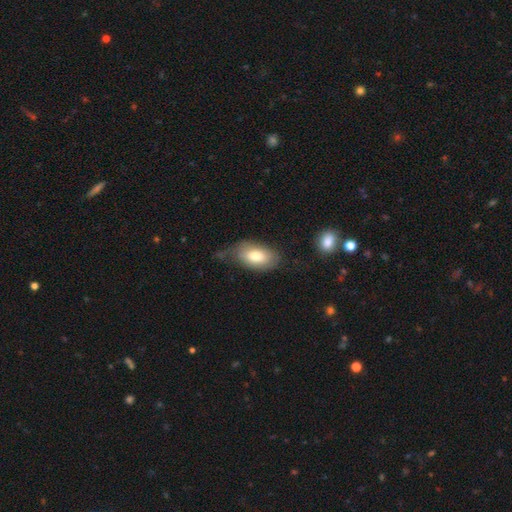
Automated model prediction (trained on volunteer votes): Overall: smooth (75%). How rounded: in between (91%). Merging: none (55%; minor disturbance 29%).